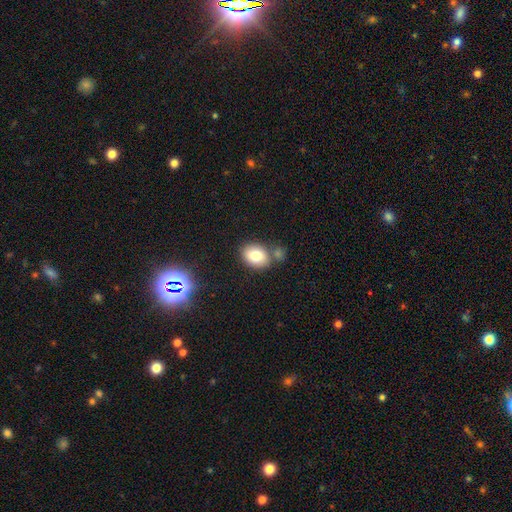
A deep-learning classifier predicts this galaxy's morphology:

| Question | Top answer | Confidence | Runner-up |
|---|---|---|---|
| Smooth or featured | smooth | 79% | featured or disk (11%) |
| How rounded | in between | 61% | round (38%) |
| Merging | none | 66% | merger (18%) |